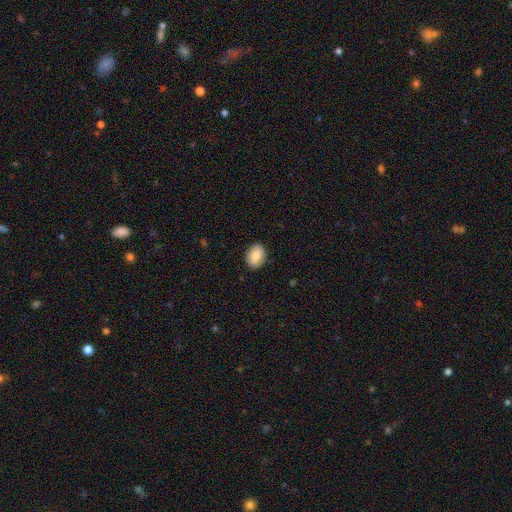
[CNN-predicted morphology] A smooth galaxy with no disk features (83%) that is in between round and cigar-shaped (76%). Merging: none (88%).